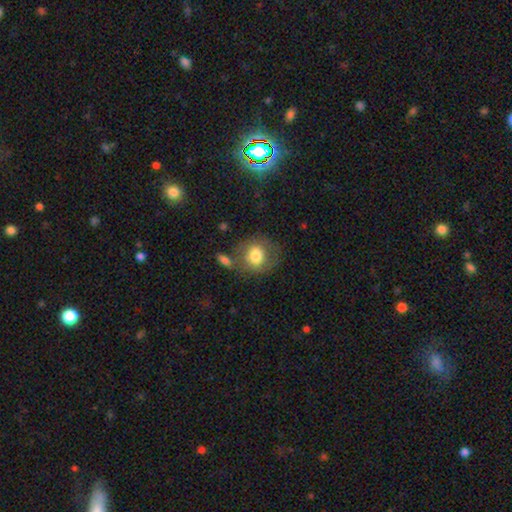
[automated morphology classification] Smooth or featured: smooth — 74% (featured or disk — 19%)
How rounded: round — 67% (in between — 31%)
Merging: none — 61% (minor disturbance — 19%)